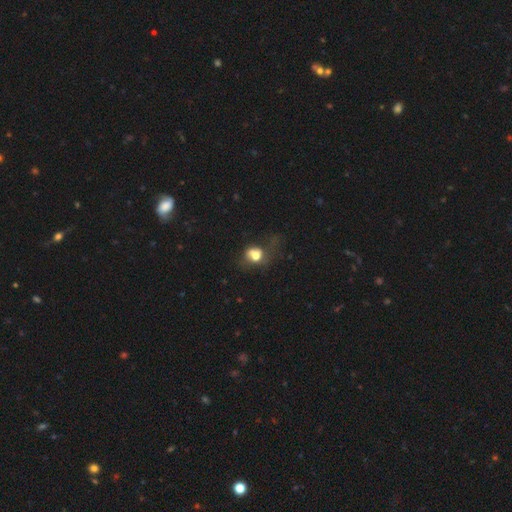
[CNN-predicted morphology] A smooth galaxy with no disk features (65%) that is round (53%). Merging: major disturbance (33%).